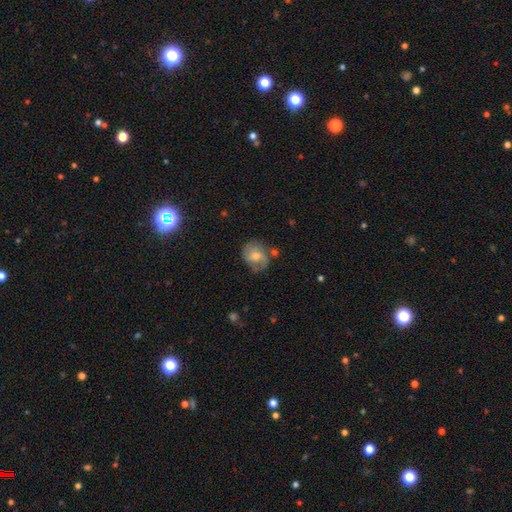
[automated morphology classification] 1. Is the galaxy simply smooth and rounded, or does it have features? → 52% featured or disk, 40% smooth, 8% star or artifact.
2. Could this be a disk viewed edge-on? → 97% no, 3% yes.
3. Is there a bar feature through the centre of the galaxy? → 55% no, 37% weak, 8% strong.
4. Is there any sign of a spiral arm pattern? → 80% yes, 20% no.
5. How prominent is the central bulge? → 58% moderate, 35% small, 4% large, 2% none, 1% dominant.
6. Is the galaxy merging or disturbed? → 60% none, 24% minor disturbance, 11% major disturbance, 5% merger.